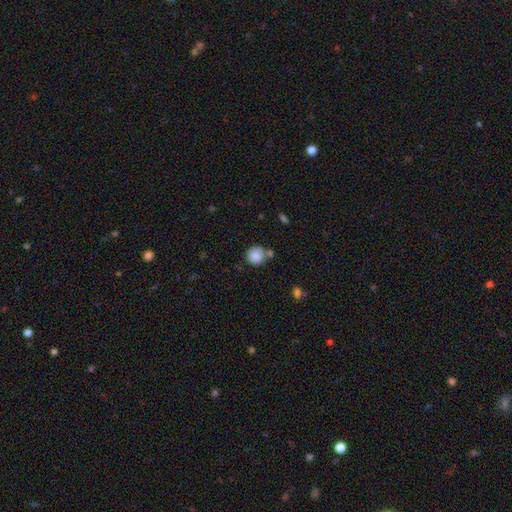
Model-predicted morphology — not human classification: A smooth galaxy with no disk features (86%) that is round (90%).

Vote fractions:
- Smooth or featured? smooth: 86% / star or artifact: 9% / featured or disk: 5%
- How rounded? round: 90% / in between: 9% / cigar-shaped: 1%
- Merging? none: 68% / merger: 14% / minor disturbance: 14% / major disturbance: 4%